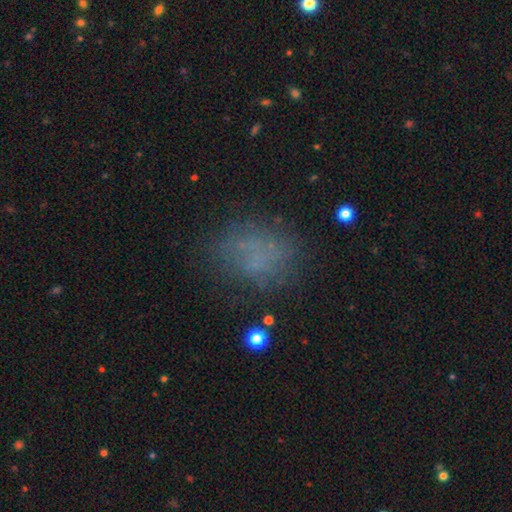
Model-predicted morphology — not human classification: Smooth or featured?
  - smooth: 59% *
  - featured or disk: 21%
  - star or artifact: 20%
How rounded?
  - in between: 63% *
  - round: 36%
  - cigar-shaped: 2%
Merging?
  - none: 64% *
  - minor disturbance: 20%
  - major disturbance: 14%
  - merger: 3%